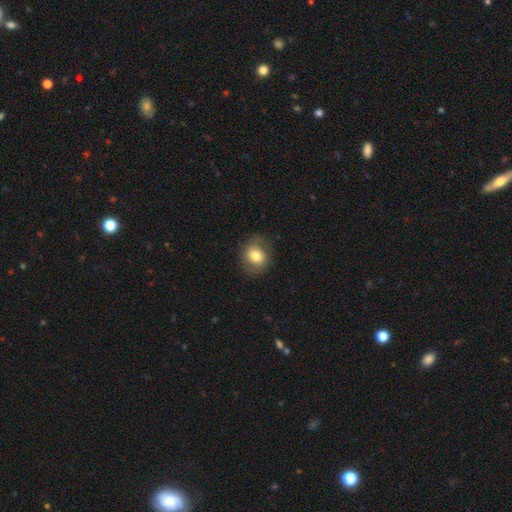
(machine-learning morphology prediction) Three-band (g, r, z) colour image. It shows a smooth galaxy with no disk features (69%) that is round (63%). Merging: none (78%).